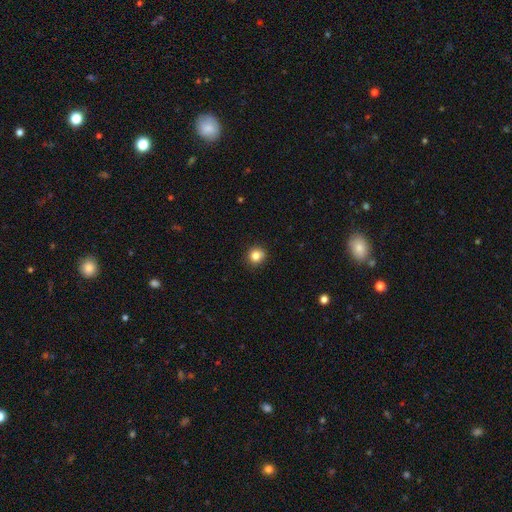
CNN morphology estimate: Smooth or featured? Predicted: smooth (p=0.83). How rounded? Predicted: round (p=0.89). Merging? Predicted: none (p=0.88).